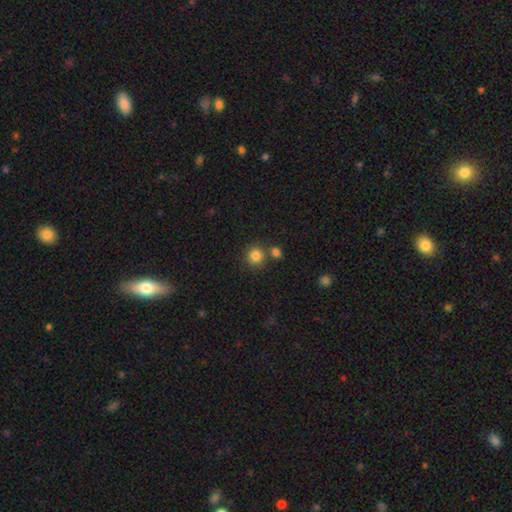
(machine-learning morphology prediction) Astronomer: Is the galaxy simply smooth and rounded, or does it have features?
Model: smooth — 84%.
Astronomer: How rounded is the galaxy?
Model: round — 90%.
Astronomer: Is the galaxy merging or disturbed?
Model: none — 73%.